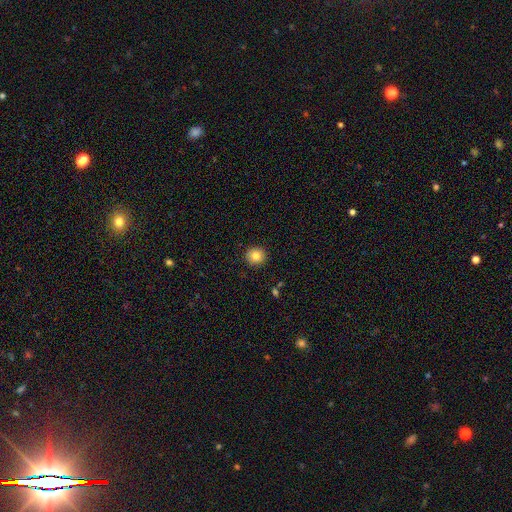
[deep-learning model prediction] smooth_or_featured: smooth (p=0.83) [alt: star or artifact p=0.10]
how_rounded: round (p=0.92) [alt: in between p=0.07]
merging: none (p=0.92) [alt: minor disturbance p=0.05]